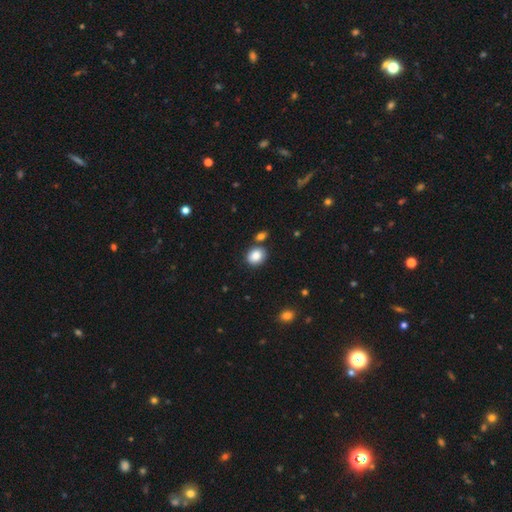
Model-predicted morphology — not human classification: Overall: smooth (86%). How rounded: round (60%; in between 39%). Merging: none (75%).